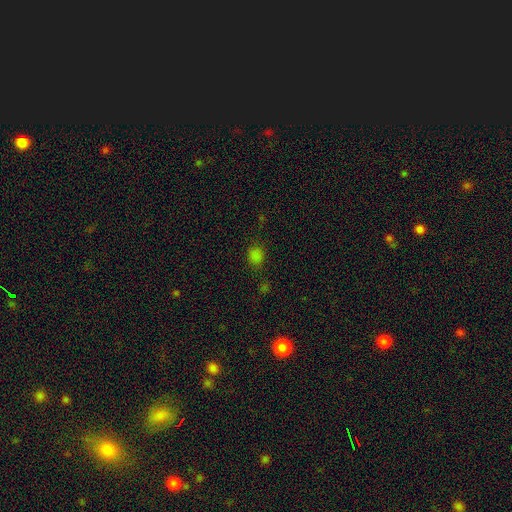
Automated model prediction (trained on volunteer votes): The model was most divided on "how rounded": round: 61%, in between: 38%, cigar-shaped: 1%. More confident: smooth or featured — smooth (75%); merging — none (75%).